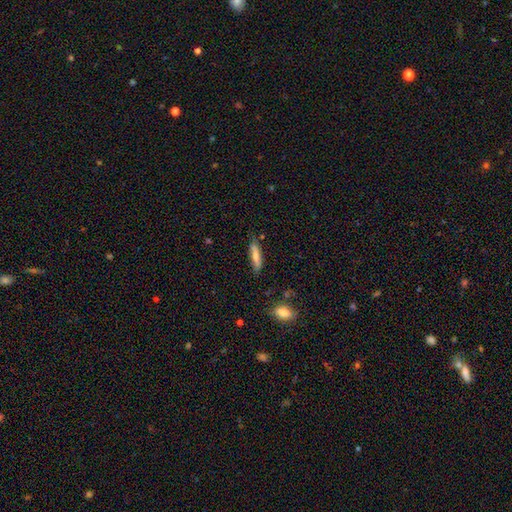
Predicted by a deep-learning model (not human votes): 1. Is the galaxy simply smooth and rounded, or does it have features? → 70% smooth, 23% featured or disk, 7% star or artifact.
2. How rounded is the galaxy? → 81% cigar-shaped, 17% in between, 2% round.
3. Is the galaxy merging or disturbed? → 78% none, 17% minor disturbance, 3% major disturbance, 2% merger.